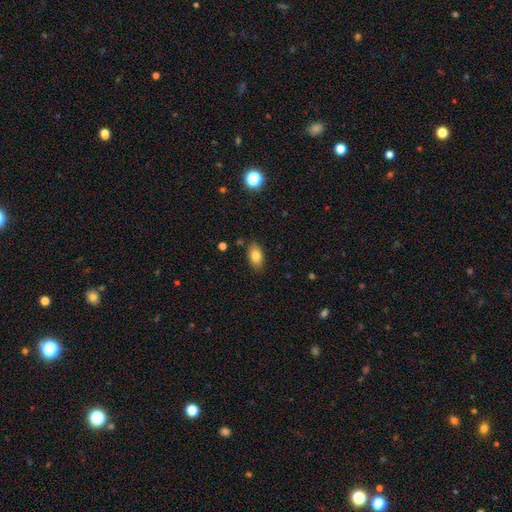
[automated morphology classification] smooth_or_featured: smooth (p=0.82) [alt: featured or disk p=0.09]
how_rounded: in between (p=0.90) [alt: round p=0.08]
merging: none (p=0.85) [alt: minor disturbance p=0.11]